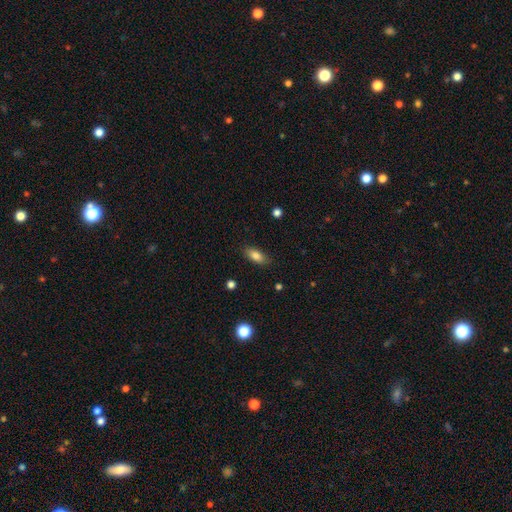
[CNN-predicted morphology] Smooth or featured: smooth — 83% (featured or disk — 9%)
How rounded: in between — 84% (cigar-shaped — 12%)
Merging: none — 86% (minor disturbance — 10%)